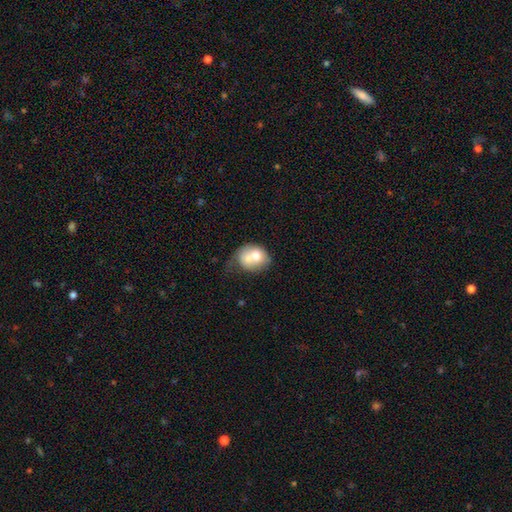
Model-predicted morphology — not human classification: Q: Smooth or featured?
A: smooth (64%); runner-up: featured or disk (29%)
Q: How rounded?
A: round (53%); runner-up: in between (46%)
Q: Merging?
A: merger (59%); runner-up: none (21%)